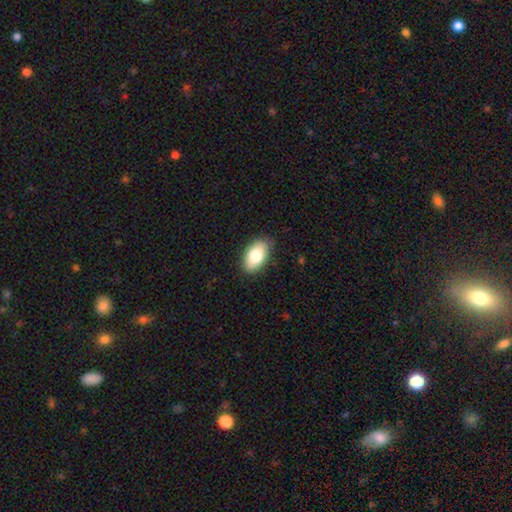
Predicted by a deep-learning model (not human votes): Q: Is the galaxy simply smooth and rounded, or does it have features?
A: smooth — 80%.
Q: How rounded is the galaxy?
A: in between — 93%.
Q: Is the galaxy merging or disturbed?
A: none — 85%.